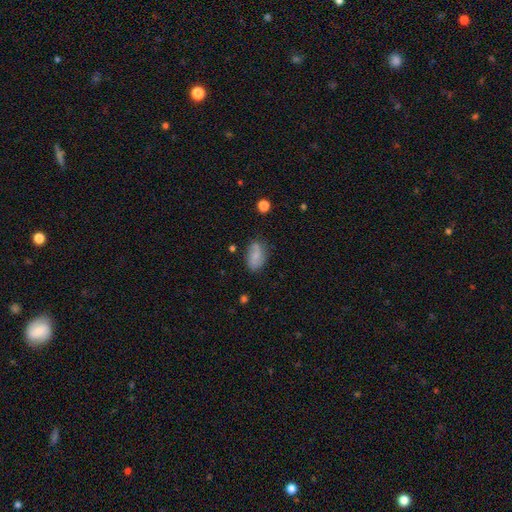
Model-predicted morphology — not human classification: The model was most divided on "smooth or featured": smooth: 63%, featured or disk: 28%, star or artifact: 9%. More confident: how rounded — in between (89%); merging — none (70%).